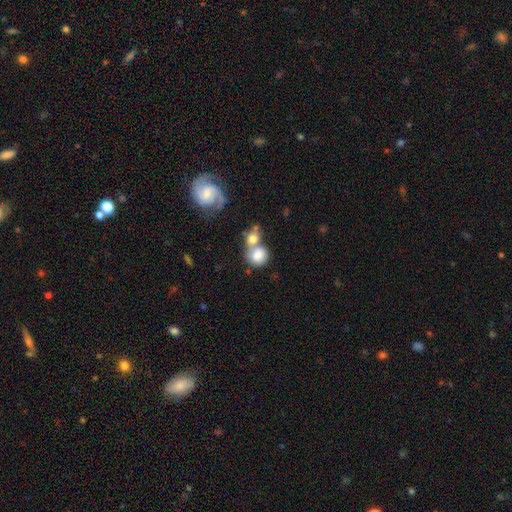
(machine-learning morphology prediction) A smooth galaxy with no disk features (76%) that is round (75%).

Vote fractions:
- Smooth or featured? smooth: 76% / featured or disk: 17% / star or artifact: 7%
- How rounded? round: 75% / in between: 24% / cigar-shaped: 1%
- Merging? merger: 59% / none: 27% / minor disturbance: 8% / major disturbance: 5%